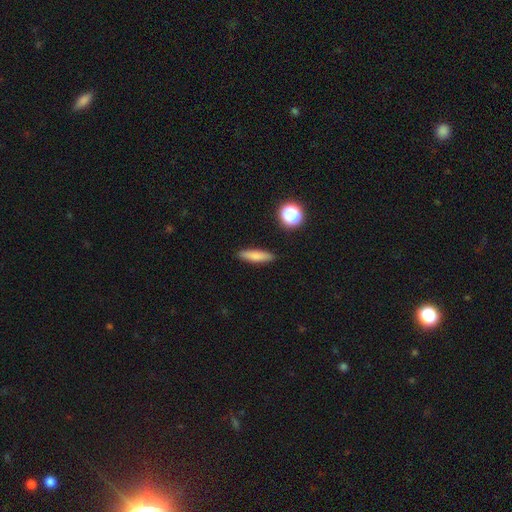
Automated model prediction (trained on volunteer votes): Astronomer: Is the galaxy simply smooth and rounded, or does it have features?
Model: smooth — 77%.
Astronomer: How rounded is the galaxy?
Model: cigar-shaped — 74%.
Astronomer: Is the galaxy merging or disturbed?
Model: none — 89%.